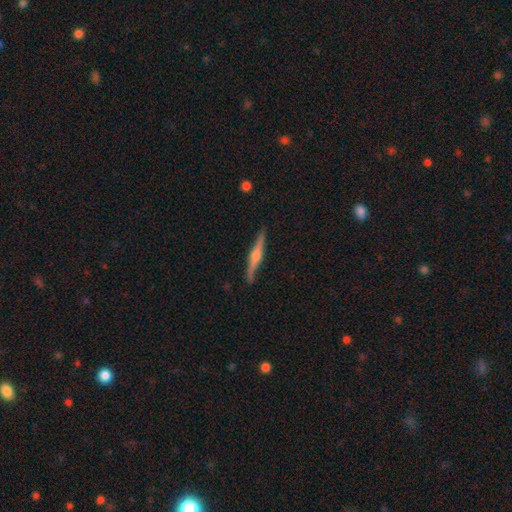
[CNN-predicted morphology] A featured or disk galaxy (78%) viewed edge-on (97%) with a rounded central bulge (85%). Merging: none (89%).